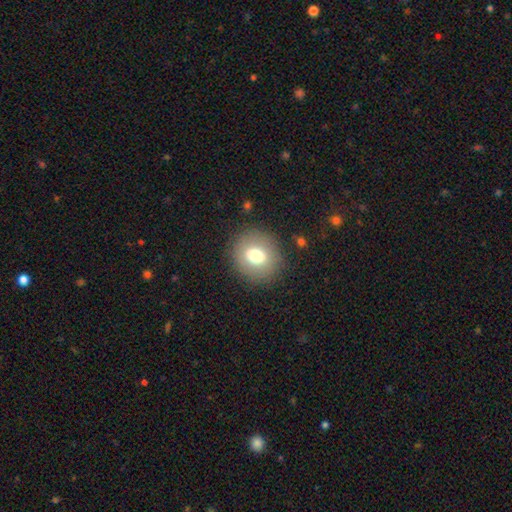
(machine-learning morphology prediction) Overall: smooth (72%). How rounded: round (84%). Merging: none (86%).